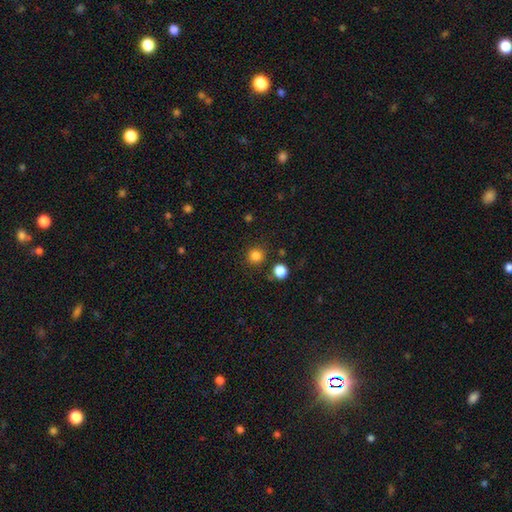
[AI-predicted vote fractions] Q: Smooth or featured?
A: smooth (83%); runner-up: star or artifact (13%)
Q: How rounded?
A: round (93%); runner-up: in between (6%)
Q: Merging?
A: none (87%); runner-up: minor disturbance (7%)